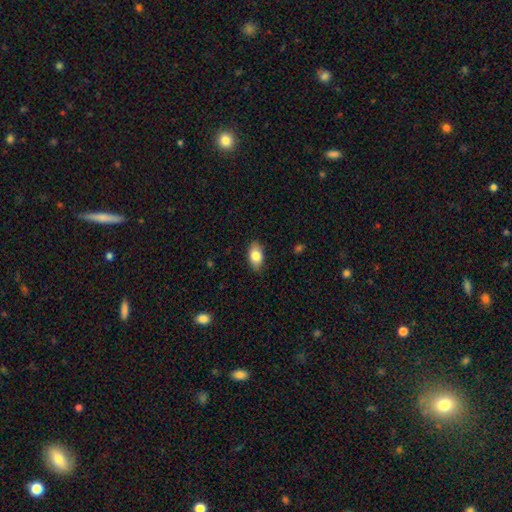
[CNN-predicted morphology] This is clearly a smooth galaxy (82%). How rounded: clearly in between (91%). Merging: clearly none (86%).